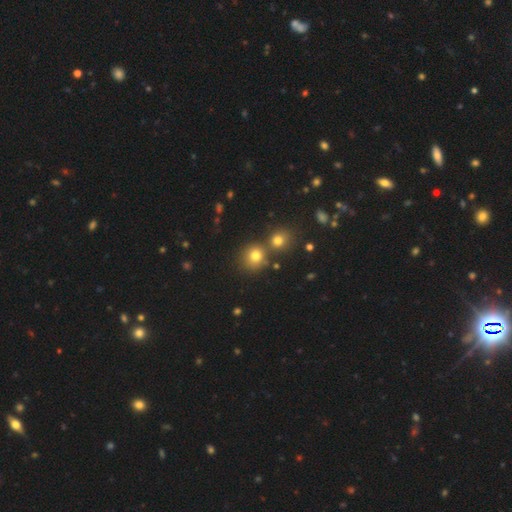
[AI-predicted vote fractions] smooth 76%, star or artifact 16%, featured or disk 8%. Down the decision tree: how rounded — round (87%); merging — none (63%).